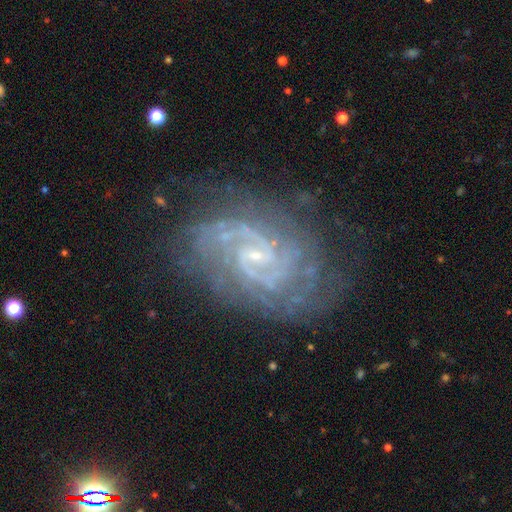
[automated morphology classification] This is clearly a featured or disk galaxy (90%). It is clearly not viewed edge-on (98%). Bar: possibly weak (49%). Spiral arm pattern: clearly yes (98%). Spiral arm count: possibly 2 (54%). Spiral winding: possibly tight (58%). Central bulge: likely small (79%). Merging: likely none (73%).